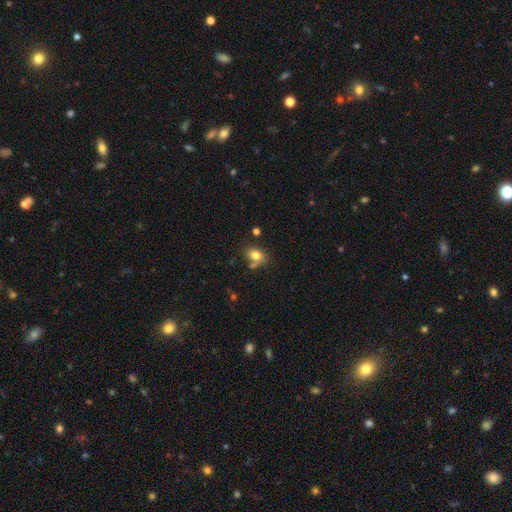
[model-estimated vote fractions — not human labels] smooth_or_featured: smooth (p=0.78) [alt: star or artifact p=0.11]
how_rounded: in between (p=0.63) [alt: round p=0.35]
merging: none (p=0.58) [alt: minor disturbance p=0.18]